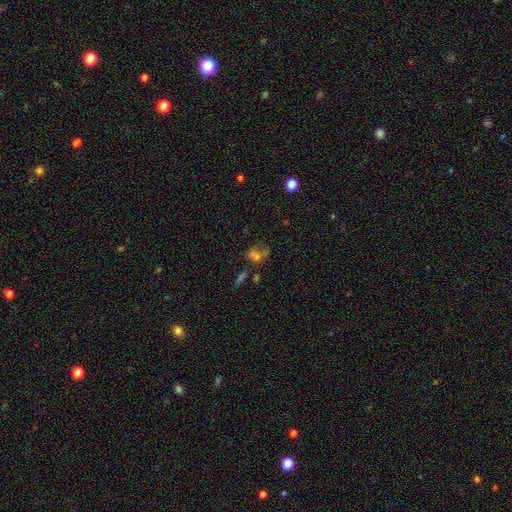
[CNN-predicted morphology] Smooth or featured: smooth — 47% (featured or disk — 29%)
Merging: merger — 42% (none — 29%)